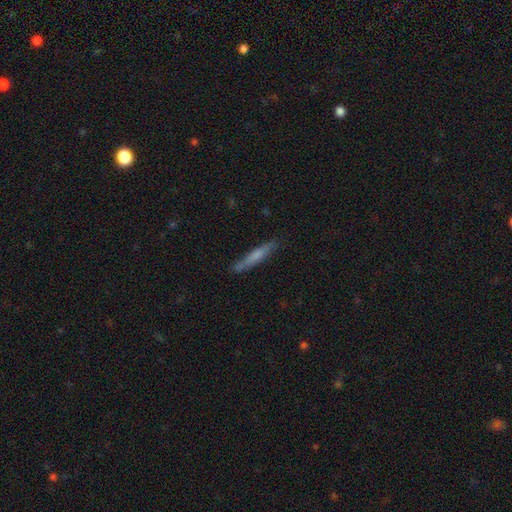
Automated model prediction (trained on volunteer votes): A smooth galaxy with no disk features (58%) that is cigar-shaped (93%).

Vote fractions:
- Smooth or featured? smooth: 58% / featured or disk: 35% / star or artifact: 7%
- How rounded? cigar-shaped: 93% / in between: 5% / round: 2%
- Merging? none: 80% / minor disturbance: 15% / major disturbance: 3% / merger: 2%